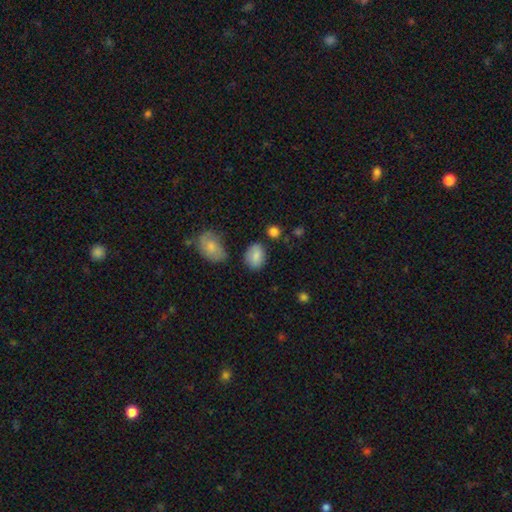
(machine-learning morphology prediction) The model was most divided on "how rounded": in between: 70%, round: 29%, cigar-shaped: 1%. More confident: smooth or featured — smooth (84%); merging — none (74%).